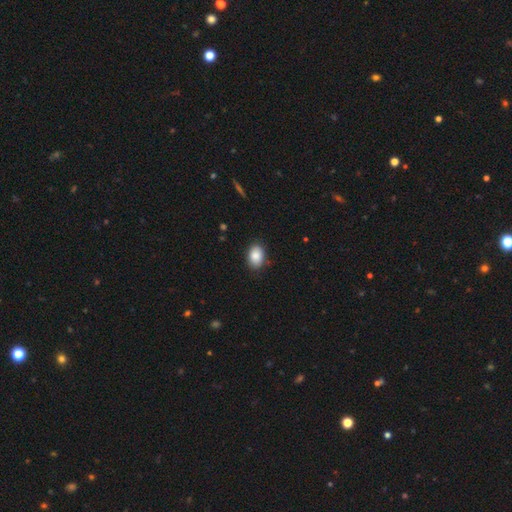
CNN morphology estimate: smooth 88%, star or artifact 7%, featured or disk 5%. Down the decision tree: how rounded — in between (83%); merging — none (85%).